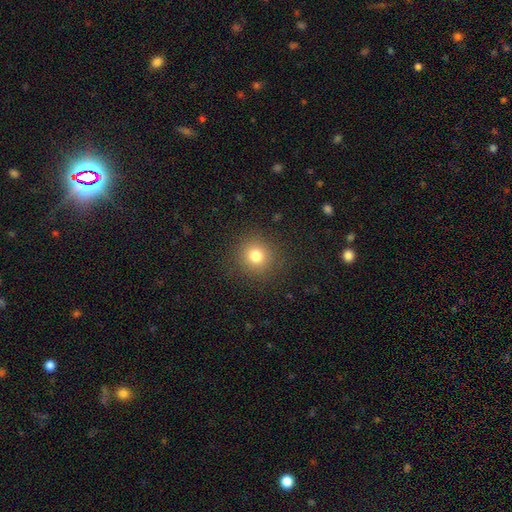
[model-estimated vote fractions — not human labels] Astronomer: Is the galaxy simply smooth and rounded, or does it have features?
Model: smooth — 79%.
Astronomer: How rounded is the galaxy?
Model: round — 91%.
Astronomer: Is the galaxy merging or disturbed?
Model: none — 89%.